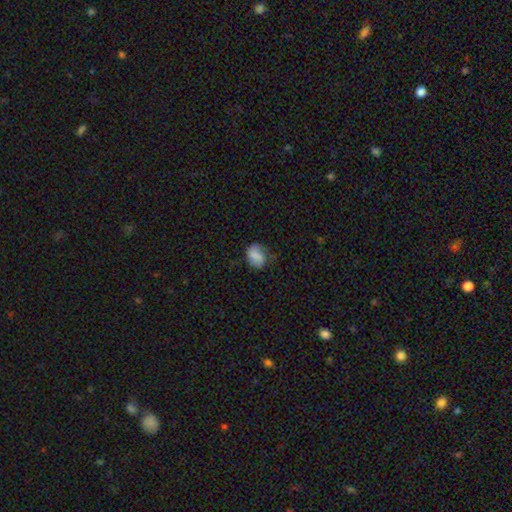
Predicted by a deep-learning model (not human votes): The model was most divided on "merging": none: 58%, minor disturbance: 29%, major disturbance: 11%, merger: 2%. More confident: smooth or featured — smooth (70%); how rounded — in between (65%).